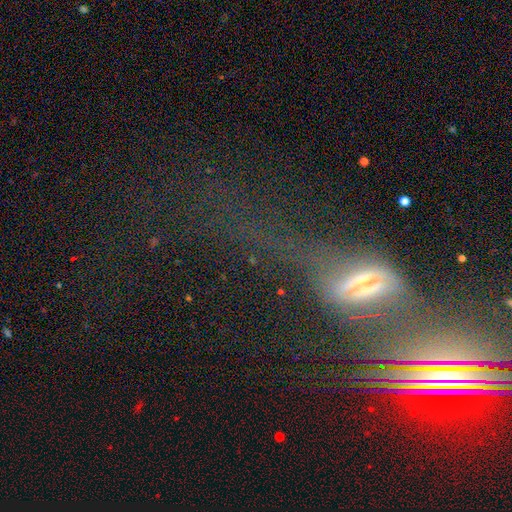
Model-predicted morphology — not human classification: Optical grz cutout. It shows a star or artifact, not a galaxy (39%, tied with featured or disk).